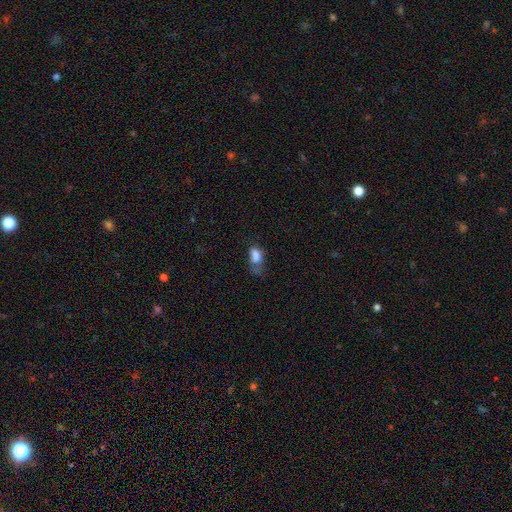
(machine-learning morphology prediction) smooth_or_featured: smooth (p=0.76) [alt: featured or disk p=0.12]
how_rounded: in between (p=0.87) [alt: round p=0.10]
merging: major disturbance (p=0.38) [alt: minor disturbance p=0.27]